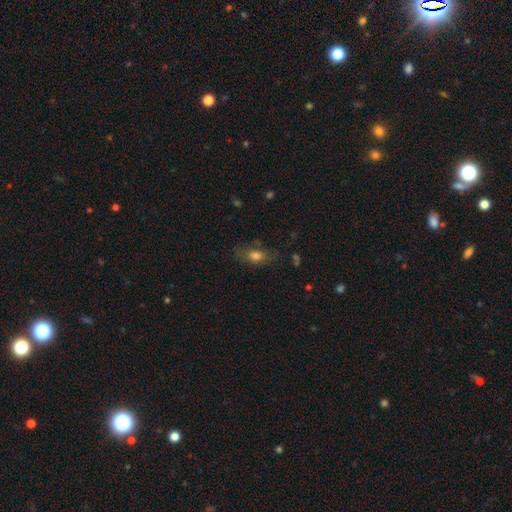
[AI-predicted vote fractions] This appears to be a smooth galaxy with no disk features (68%) that is in between round and cigar-shaped (78%). Merging: none (66%).